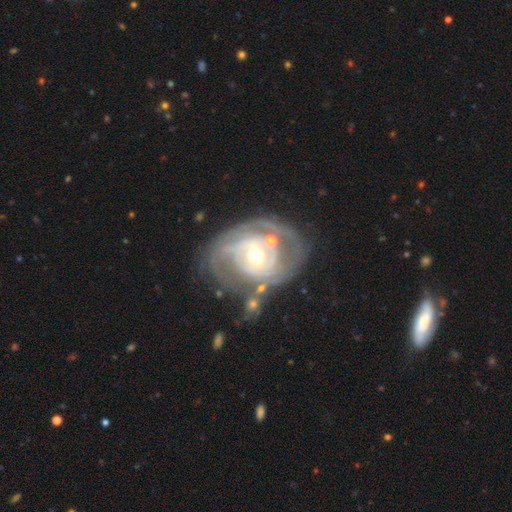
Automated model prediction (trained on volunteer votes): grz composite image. It shows a featured or disk galaxy (86%) with no bar (47%), 2 (41%) tight (56%) spiral arms (90%) and a small central bulge (55%). Merging: none (53%).